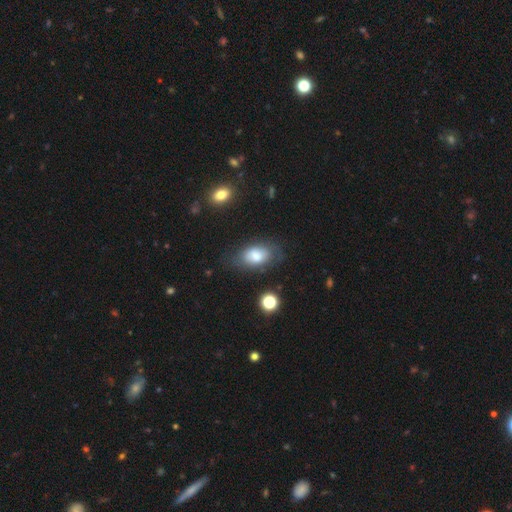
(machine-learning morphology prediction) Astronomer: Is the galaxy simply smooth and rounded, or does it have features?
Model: smooth — 73%.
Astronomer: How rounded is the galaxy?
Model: in between — 90%.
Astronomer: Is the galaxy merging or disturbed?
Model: none — 66%.